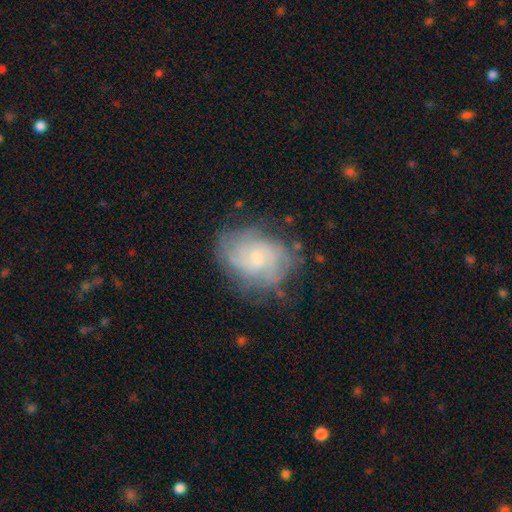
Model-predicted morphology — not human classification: Smooth or featured: featured or disk — 69% (smooth — 22%)
Edge-on disk: no — 97% (yes — 3%)
Bar: no — 68% (weak — 28%)
Spiral arms: yes — 88% (no — 12%)
Spiral winding: tight — 55% (medium — 33%)
Spiral arm count: can't tell — 47% (2 — 22%)
Bulge size: small — 65% (moderate — 28%)
Merging: none — 69% (minor disturbance — 20%)